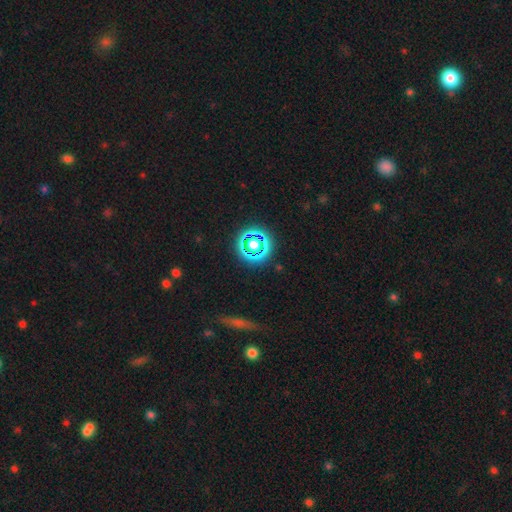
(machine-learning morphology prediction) The model was most divided on "smooth or featured": star or artifact: 65%, smooth: 24%, featured or disk: 11%.